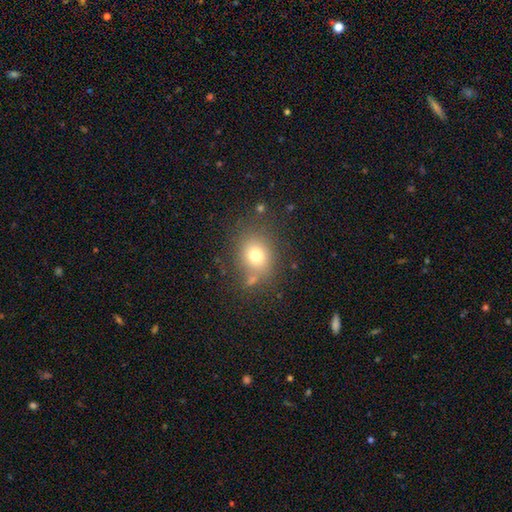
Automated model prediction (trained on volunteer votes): Smooth or featured?
  - smooth: 73% *
  - star or artifact: 15%
  - featured or disk: 12%
How rounded?
  - round: 64% *
  - in between: 35%
  - cigar-shaped: 1%
Merging?
  - none: 74% *
  - minor disturbance: 14%
  - merger: 7%
  - major disturbance: 6%